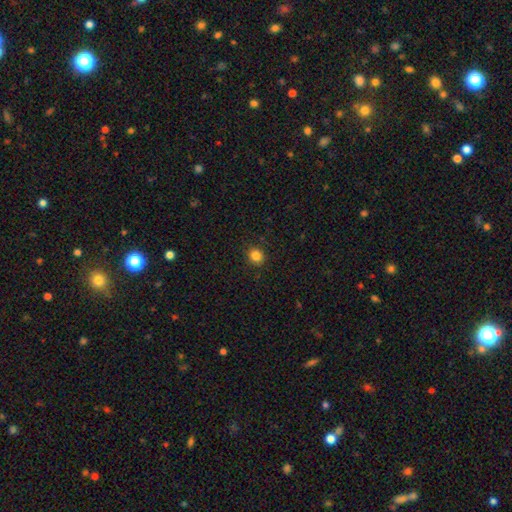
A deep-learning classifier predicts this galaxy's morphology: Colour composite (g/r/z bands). It shows a smooth galaxy with no disk features (84%) that is round (82%). Merging: none (89%).